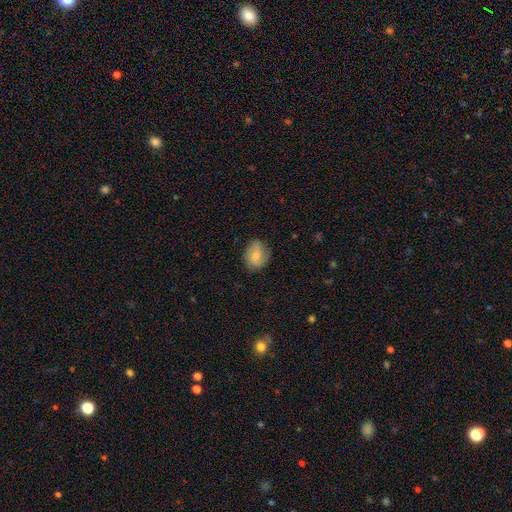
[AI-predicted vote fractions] Morphology: type=smooth (77%); roundness=in between (53%); merging=none (75%).